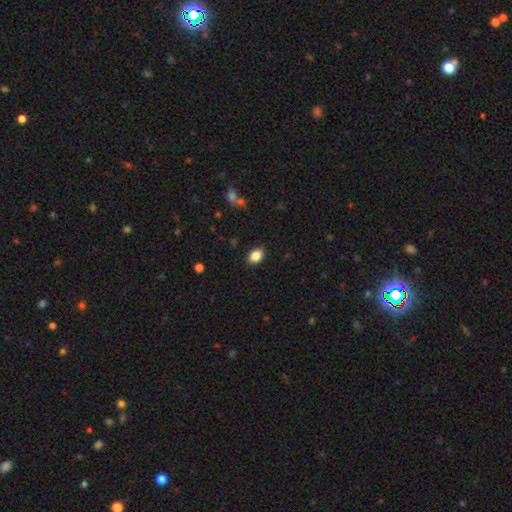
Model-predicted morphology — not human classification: Smooth or featured: smooth — 86% (star or artifact — 9%)
How rounded: in between — 81% (round — 18%)
Merging: none — 87% (minor disturbance — 9%)